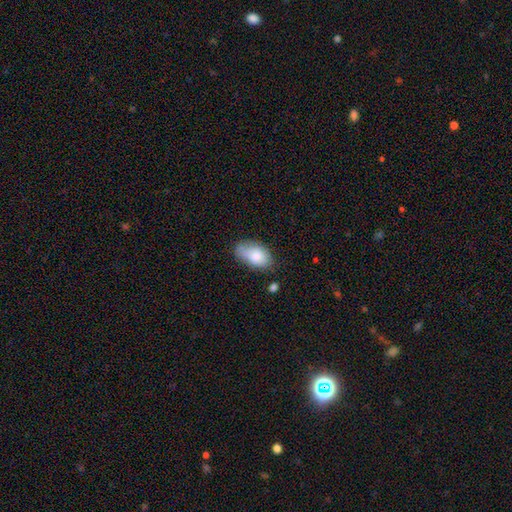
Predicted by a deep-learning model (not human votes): This is likely a smooth galaxy (80%). How rounded: clearly in between (92%). Merging: possibly none (52%).